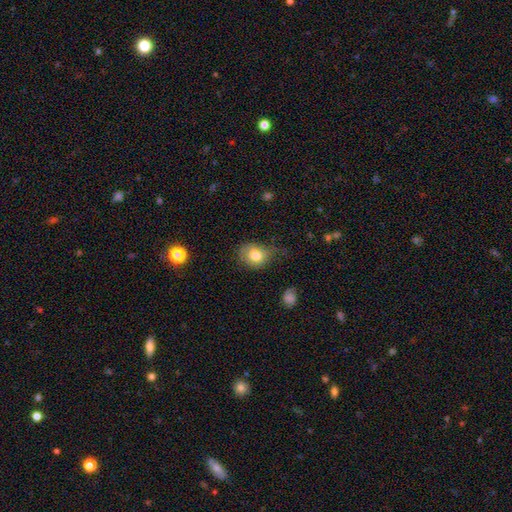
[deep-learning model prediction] smooth 77%, featured or disk 15%, star or artifact 9%. Down the decision tree: how rounded — round (54%); merging — none (47%).